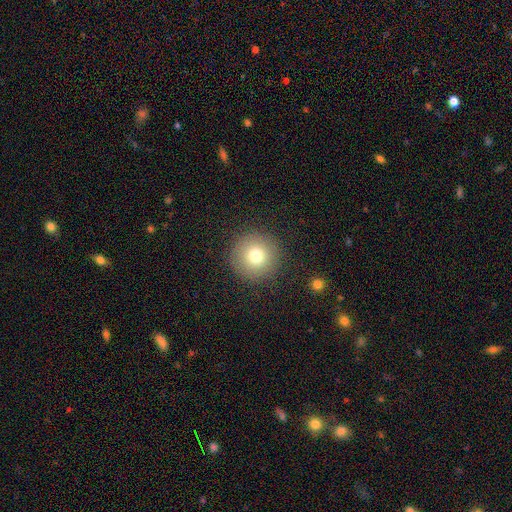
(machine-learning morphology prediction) This appears to be a smooth galaxy with no disk features (76%) that is round (96%). Merging: none (90%).